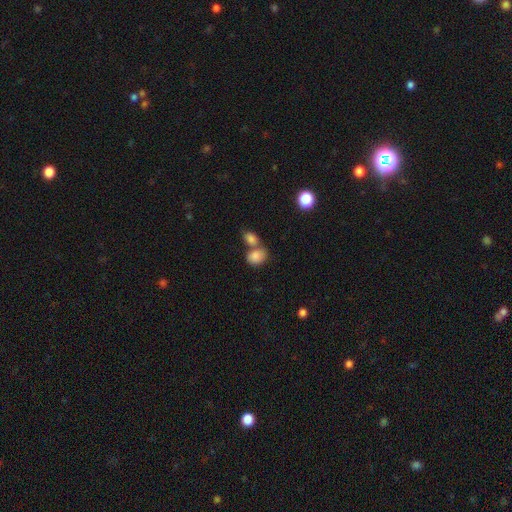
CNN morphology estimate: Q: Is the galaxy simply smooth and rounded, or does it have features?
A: smooth — 84%.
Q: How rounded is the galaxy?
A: in between — 68%.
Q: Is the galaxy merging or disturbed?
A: merger — 51%.